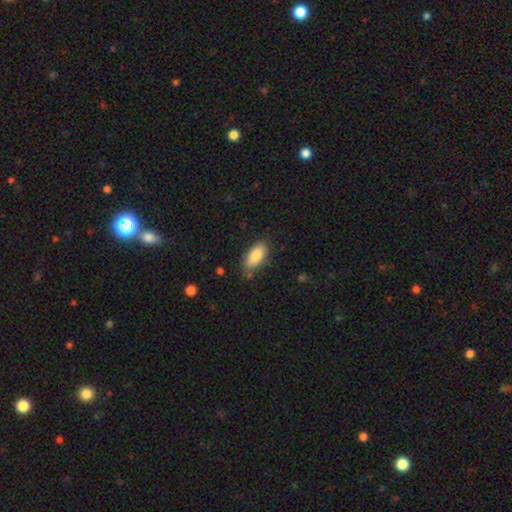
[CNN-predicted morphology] Smooth or featured? Predicted: smooth (p=0.84). How rounded? Predicted: in between (p=0.88). Merging? Predicted: none (p=0.76).